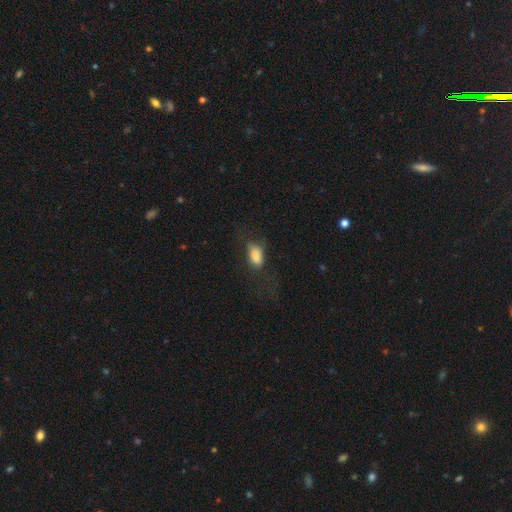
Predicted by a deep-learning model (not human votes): Q: Smooth or featured?
A: smooth (81%); runner-up: featured or disk (10%)
Q: How rounded?
A: in between (90%); runner-up: round (6%)
Q: Merging?
A: none (48%); runner-up: major disturbance (25%)